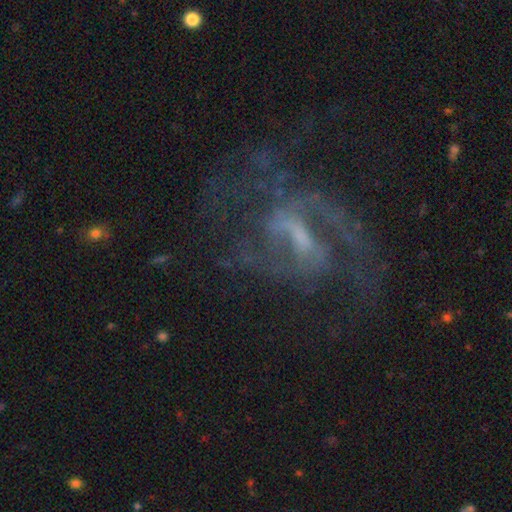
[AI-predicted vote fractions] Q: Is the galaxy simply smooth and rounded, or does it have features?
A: featured or disk — 81%.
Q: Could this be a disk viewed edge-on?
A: no — 96%.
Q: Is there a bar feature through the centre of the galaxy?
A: weak — 49%.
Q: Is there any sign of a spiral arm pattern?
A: yes — 86%.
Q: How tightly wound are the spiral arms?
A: medium — 50%.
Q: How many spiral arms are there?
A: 2 — 55%.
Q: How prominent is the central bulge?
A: small — 46%.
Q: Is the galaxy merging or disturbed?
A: none — 55%.